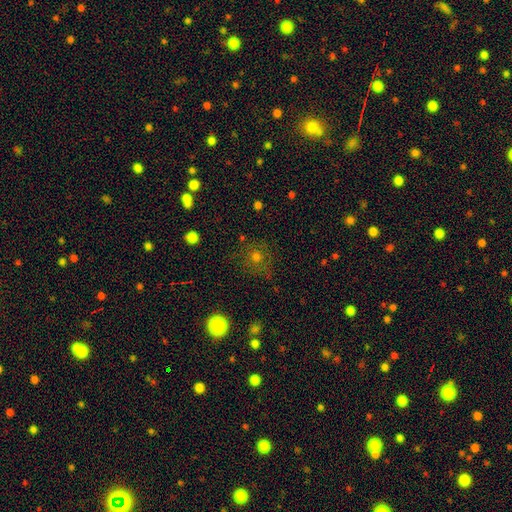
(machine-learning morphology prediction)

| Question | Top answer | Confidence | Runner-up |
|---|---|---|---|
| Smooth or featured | smooth | 51% | star or artifact (35%) |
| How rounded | round | 89% | in between (10%) |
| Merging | none | 79% | minor disturbance (12%) |